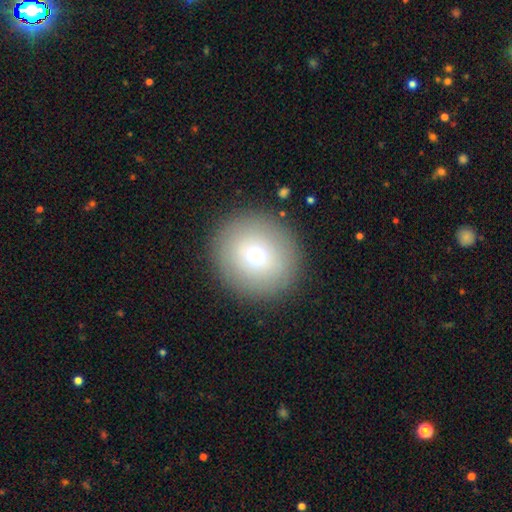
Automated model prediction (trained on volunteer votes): Morphology: type=smooth (68%); roundness=round (90%); merging=none (89%).